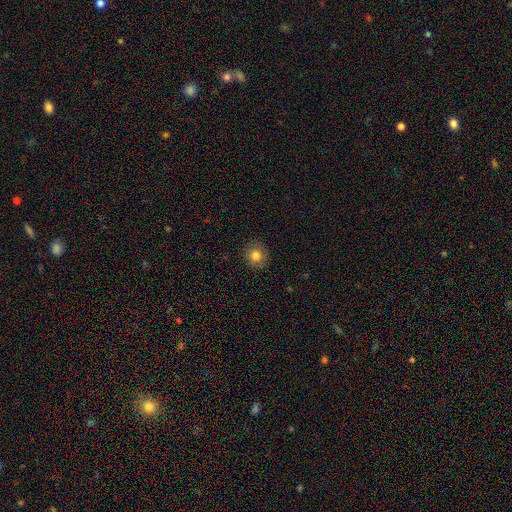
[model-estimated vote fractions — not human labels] Smooth or featured: smooth — 81% (star or artifact — 11%)
How rounded: round — 87% (in between — 12%)
Merging: none — 89% (minor disturbance — 8%)